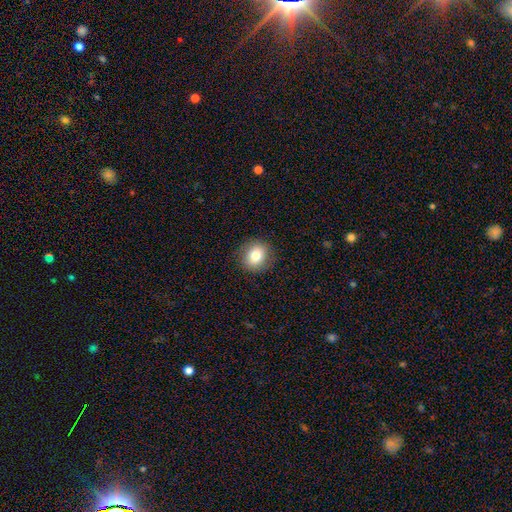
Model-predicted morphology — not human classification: smooth-or-featured: smooth: 79% | featured or disk: 12% | star or artifact: 10%
  how-rounded: round: 77% | in between: 22% | cigar-shaped: 1%
  merging: none: 88% | minor disturbance: 8% | major disturbance: 3% | merger: 1%